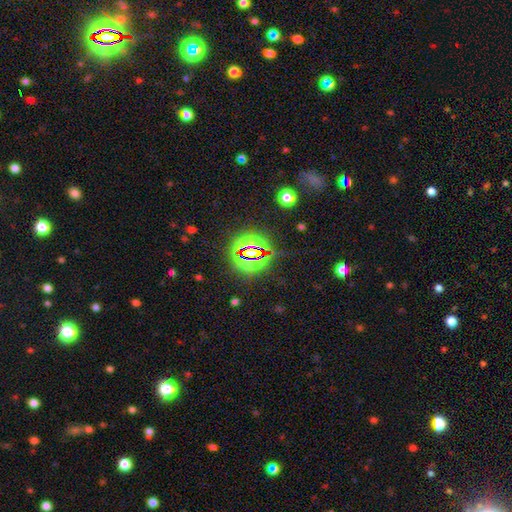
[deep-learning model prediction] A star or artifact, not a galaxy (78%).

Vote fractions:
- Smooth or featured? star or artifact: 78% / smooth: 13% / featured or disk: 8%